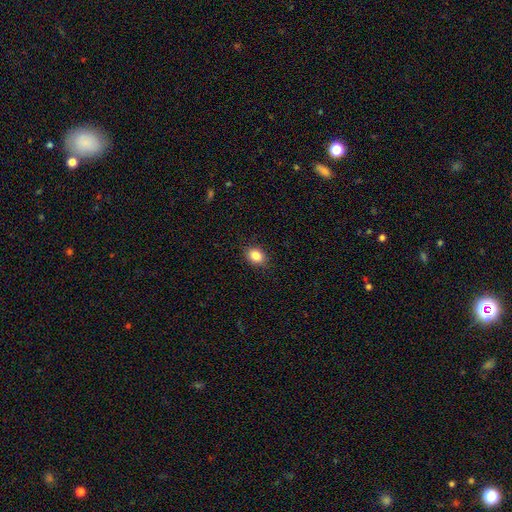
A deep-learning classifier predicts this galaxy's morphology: smooth-or-featured: smooth: 85% | star or artifact: 9% | featured or disk: 5%
  how-rounded: in between: 61% | round: 37% | cigar-shaped: 1%
  merging: none: 89% | minor disturbance: 8% | major disturbance: 2% | merger: 1%